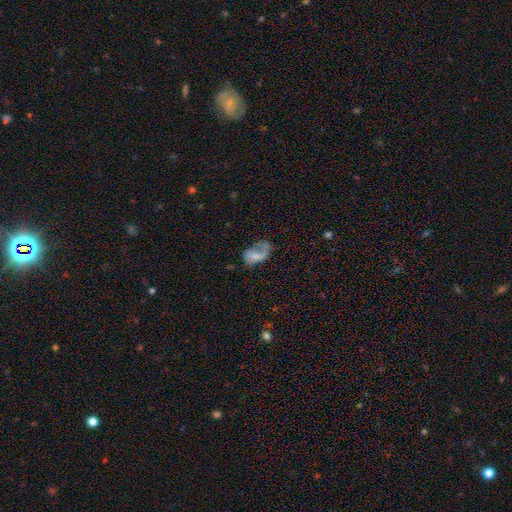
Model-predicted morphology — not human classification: Smooth or featured? Predicted: smooth (p=0.48). Merging? Predicted: major disturbance (p=0.47).